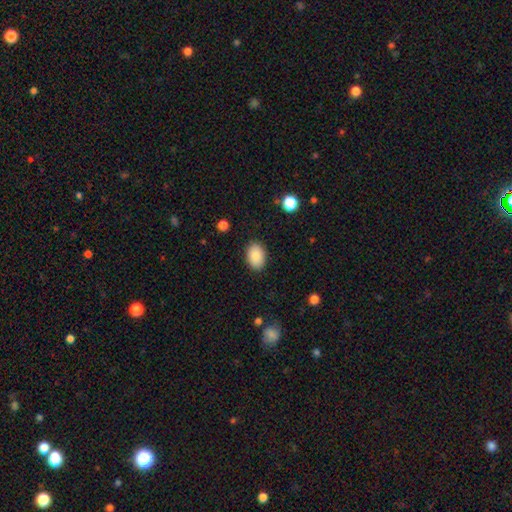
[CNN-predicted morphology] type=smooth (89%); roundness=in between (85%); merging=none (88%).